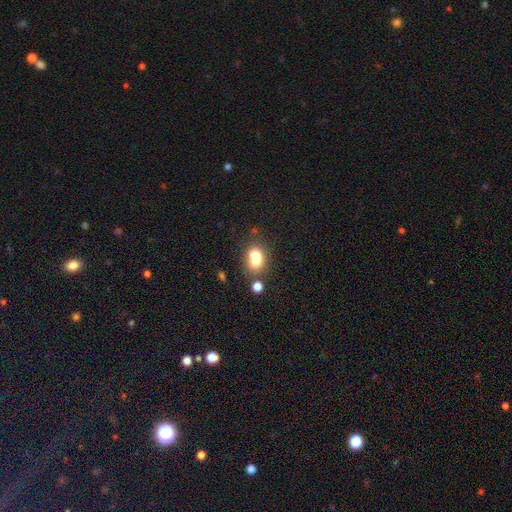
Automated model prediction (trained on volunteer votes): smooth-or-featured: smooth: 72% | featured or disk: 16% | star or artifact: 12%
  how-rounded: in between: 59% | round: 40% | cigar-shaped: 1%
  merging: merger: 43% | none: 38% | minor disturbance: 12% | major disturbance: 6%